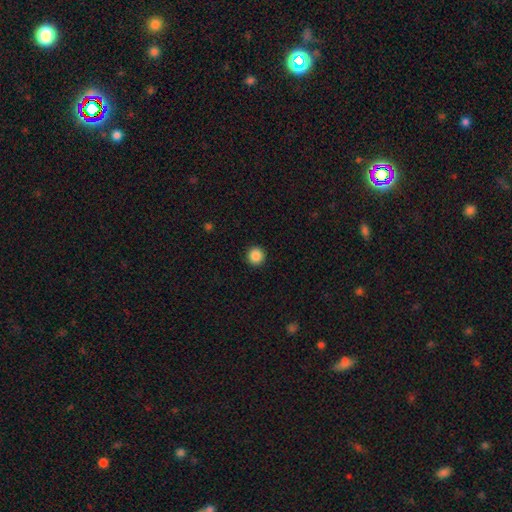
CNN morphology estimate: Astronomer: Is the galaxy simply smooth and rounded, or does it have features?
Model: smooth — 87%.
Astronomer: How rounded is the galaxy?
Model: round — 95%.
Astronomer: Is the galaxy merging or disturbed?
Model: none — 93%.